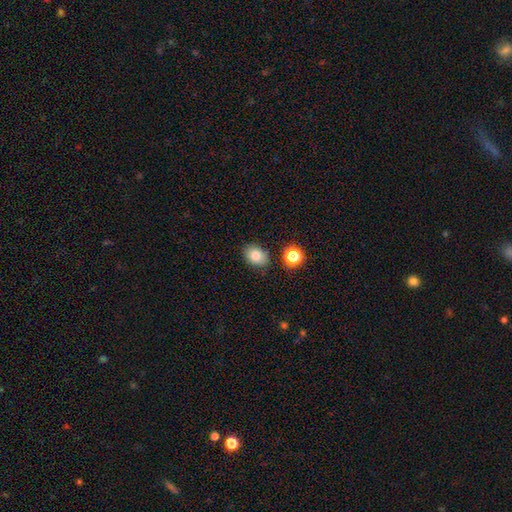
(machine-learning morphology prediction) This is clearly a smooth galaxy (81%). How rounded: likely in between (63%). Merging: clearly none (85%).